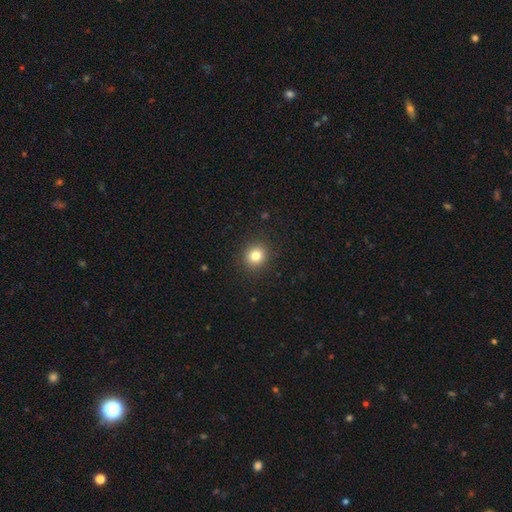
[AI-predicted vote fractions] Q: Smooth or featured?
A: smooth (81%); runner-up: star or artifact (12%)
Q: How rounded?
A: round (85%); runner-up: in between (15%)
Q: Merging?
A: none (90%); runner-up: minor disturbance (6%)